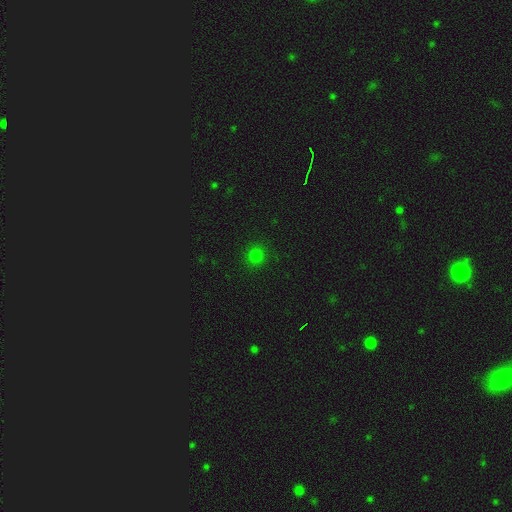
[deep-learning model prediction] Smooth or featured: smooth — 77% (star or artifact — 19%)
How rounded: round — 91% (in between — 8%)
Merging: none — 91% (minor disturbance — 6%)